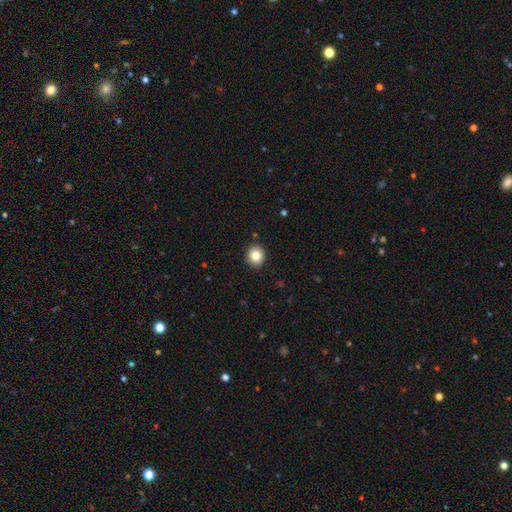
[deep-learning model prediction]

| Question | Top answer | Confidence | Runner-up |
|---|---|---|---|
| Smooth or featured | smooth | 84% | star or artifact (10%) |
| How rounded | round | 80% | in between (20%) |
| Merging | none | 91% | minor disturbance (7%) |